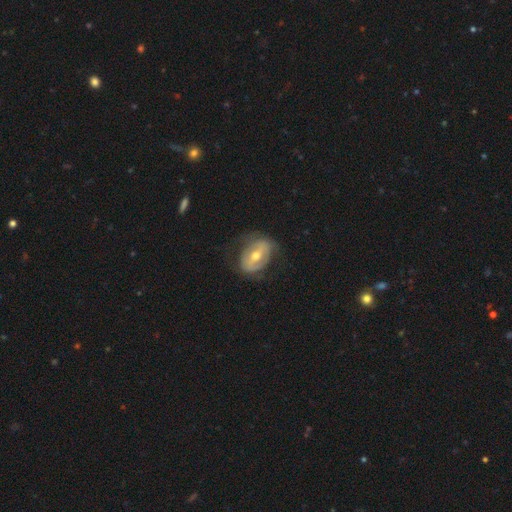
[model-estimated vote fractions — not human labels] Morphology: type=featured or disk (64%); edge-on=no (93%); bar=strong (41%); spiral arms=no (55%); bulge=moderate (69%); merging=none (66%).